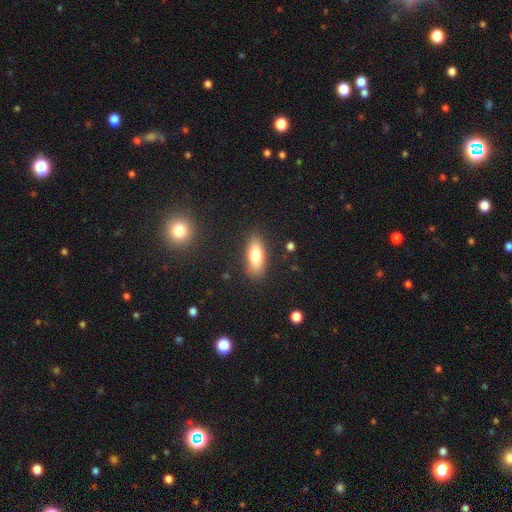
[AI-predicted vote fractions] Overall: smooth (75%). How rounded: in between (74%). Merging: none (85%).